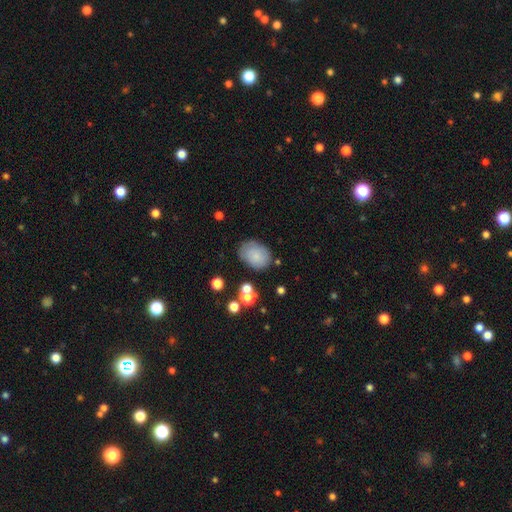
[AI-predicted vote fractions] Smooth or featured? smooth (79%)
How rounded? in between (68%)
Merging? none (73%)